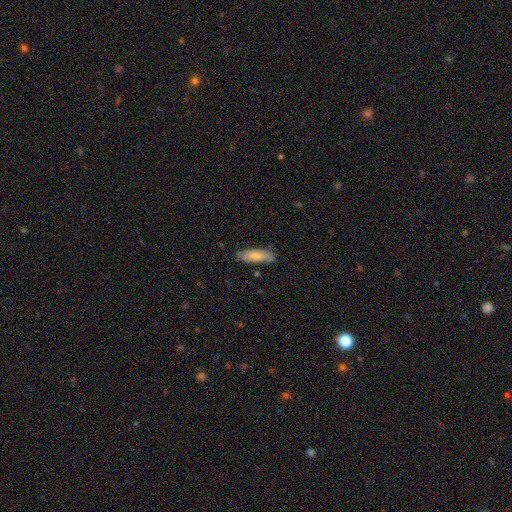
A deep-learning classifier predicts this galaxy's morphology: This appears to be a smooth galaxy with no disk features (73%) that is in between round and cigar-shaped (51%). Merging: none (76%).